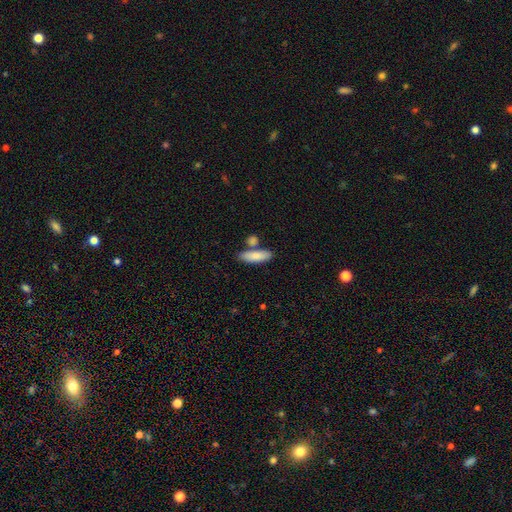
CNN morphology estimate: This appears to be a smooth galaxy with no disk features (84%) that is in between round and cigar-shaped (55%). Merging: none (68%).